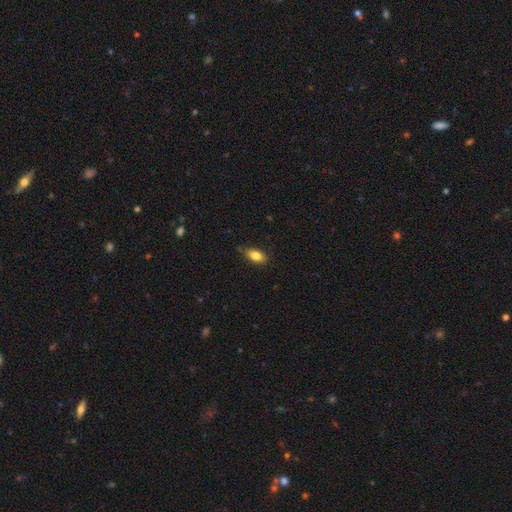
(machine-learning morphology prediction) type=smooth (84%); roundness=in between (89%); merging=none (82%).